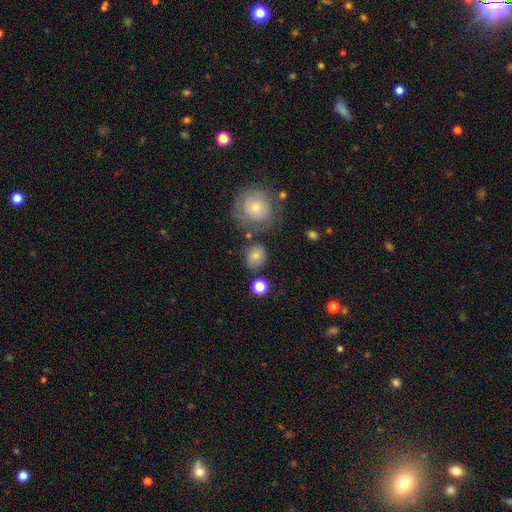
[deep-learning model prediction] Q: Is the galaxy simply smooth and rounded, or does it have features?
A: smooth — 77%.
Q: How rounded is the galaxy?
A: round — 73%.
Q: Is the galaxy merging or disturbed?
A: none — 73%.